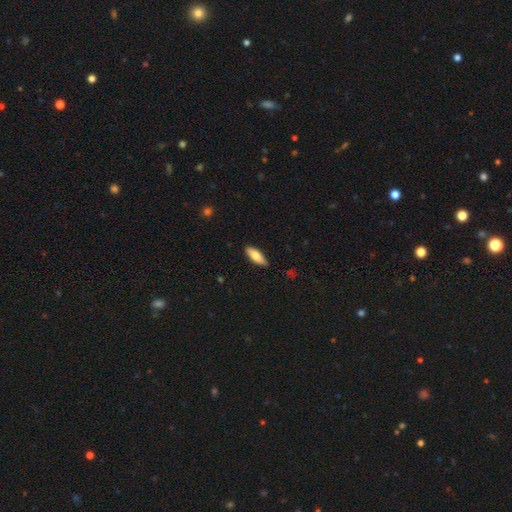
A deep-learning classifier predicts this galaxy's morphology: This is likely a smooth galaxy (76%). How rounded: likely in between (60%). Merging: clearly none (86%).